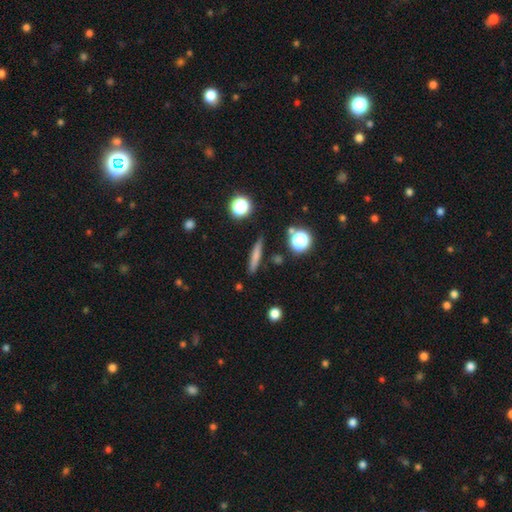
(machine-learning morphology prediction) Smooth or featured? Predicted: smooth (p=0.69). How rounded? Predicted: cigar-shaped (p=0.87). Merging? Predicted: none (p=0.86).